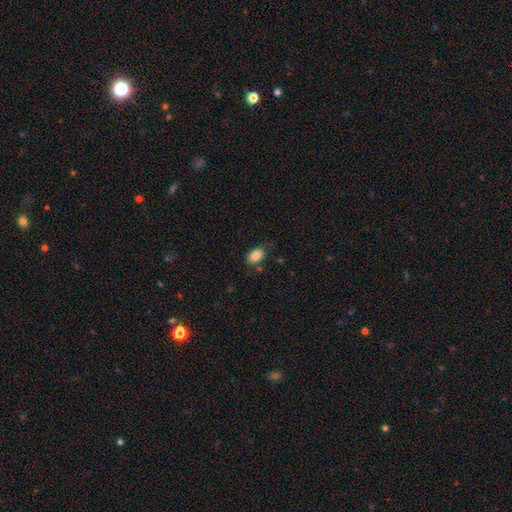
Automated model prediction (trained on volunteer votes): This appears to be a smooth galaxy with no disk features (84%) that is in between round and cigar-shaped (88%). Merging: none (76%).